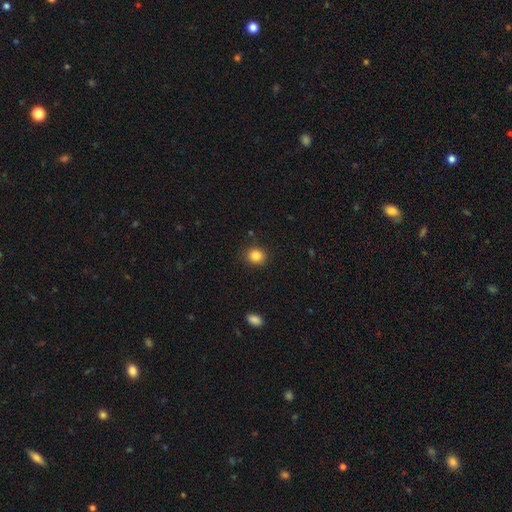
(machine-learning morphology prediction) Smooth or featured?
  - smooth: 85% *
  - star or artifact: 10%
  - featured or disk: 5%
How rounded?
  - round: 77% *
  - in between: 22%
  - cigar-shaped: 1%
Merging?
  - none: 87% *
  - minor disturbance: 9%
  - major disturbance: 3%
  - merger: 1%